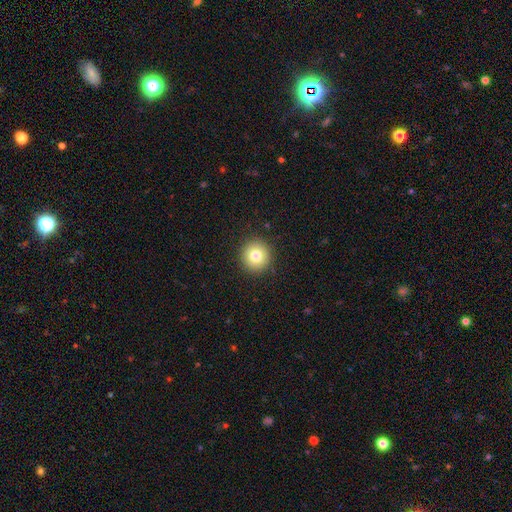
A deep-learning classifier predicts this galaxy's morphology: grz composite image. It shows a smooth galaxy with no disk features (79%) that is round (95%). Merging: none (92%).